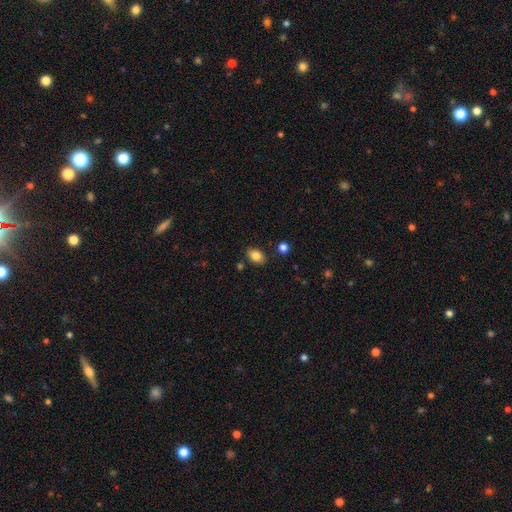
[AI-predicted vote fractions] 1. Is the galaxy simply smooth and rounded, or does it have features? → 84% smooth, 9% star or artifact, 7% featured or disk.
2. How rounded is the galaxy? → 84% in between, 15% round, 1% cigar-shaped.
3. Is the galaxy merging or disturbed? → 83% none, 11% minor disturbance, 3% merger, 2% major disturbance.